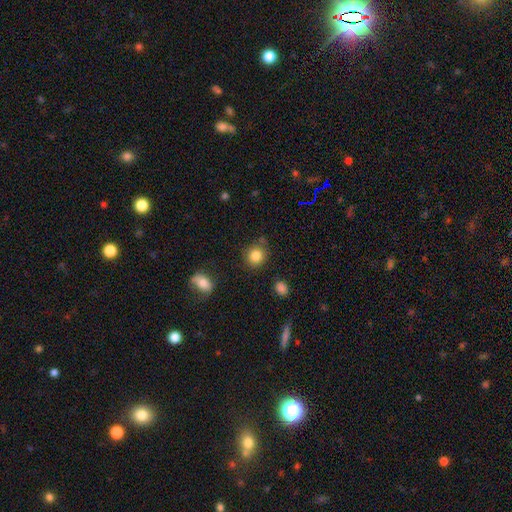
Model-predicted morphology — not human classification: Smooth or featured: smooth — 84% (star or artifact — 10%)
How rounded: round — 87% (in between — 12%)
Merging: none — 82% (minor disturbance — 10%)